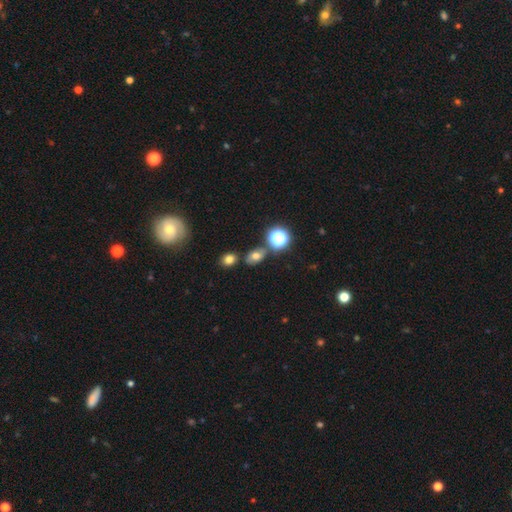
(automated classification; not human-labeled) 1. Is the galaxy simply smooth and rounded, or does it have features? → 64% smooth, 22% star or artifact, 15% featured or disk.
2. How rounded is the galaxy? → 70% in between, 28% round, 2% cigar-shaped.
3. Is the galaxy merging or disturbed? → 73% none, 12% minor disturbance, 11% merger, 4% major disturbance.